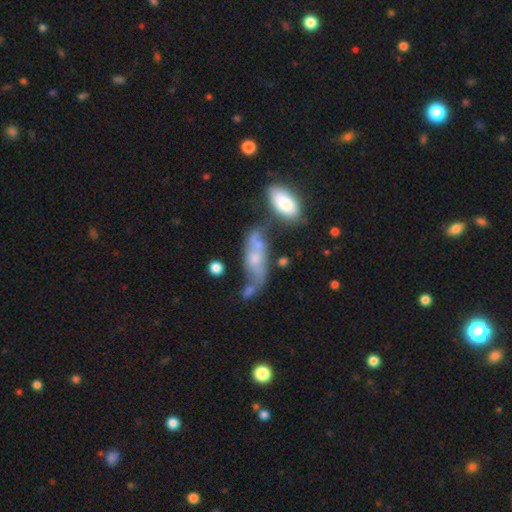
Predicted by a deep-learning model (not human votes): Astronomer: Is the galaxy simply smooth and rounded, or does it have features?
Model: featured or disk — 52% (runner-up: smooth, 37%).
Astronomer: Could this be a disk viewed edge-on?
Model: no — 77%.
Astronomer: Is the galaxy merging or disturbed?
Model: none — 37% (runner-up: merger, 24%).